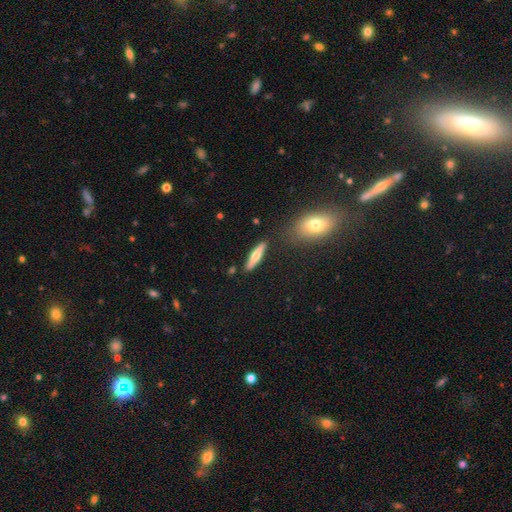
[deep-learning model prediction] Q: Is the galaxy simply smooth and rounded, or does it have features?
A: smooth — 52%.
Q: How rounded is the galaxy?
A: cigar-shaped — 80%.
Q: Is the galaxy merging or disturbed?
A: none — 83%.